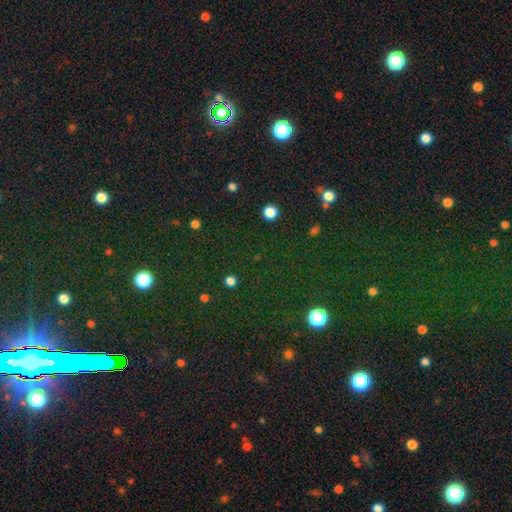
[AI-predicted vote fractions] Smooth or featured?
  - star or artifact: 76% *
  - smooth: 17%
  - featured or disk: 7%